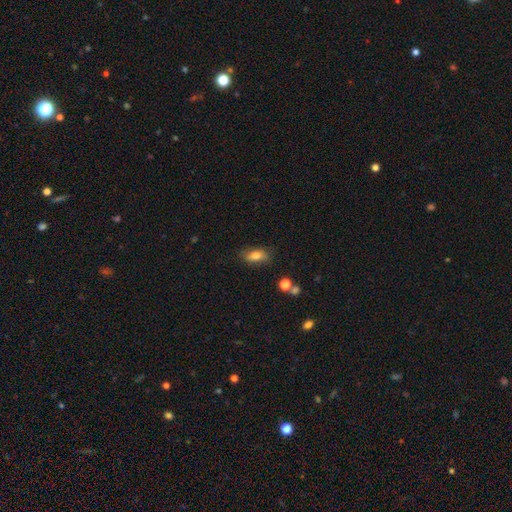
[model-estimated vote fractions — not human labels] Smooth or featured?
  - smooth: 76% *
  - featured or disk: 15%
  - star or artifact: 9%
How rounded?
  - in between: 80% *
  - cigar-shaped: 13%
  - round: 7%
Merging?
  - none: 77% *
  - minor disturbance: 17%
  - major disturbance: 4%
  - merger: 3%